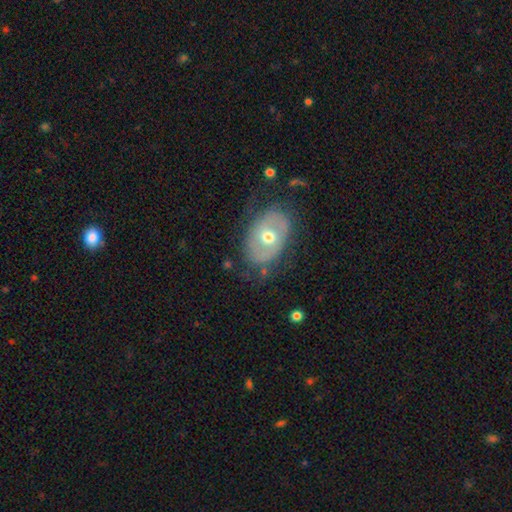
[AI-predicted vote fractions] Overall: featured or disk (65%). Edge-on disk: no (93%). Bar: no (73%). Spiral arms: yes (54%; no 46%). Bulge size: moderate (70%). Merging: none (77%).